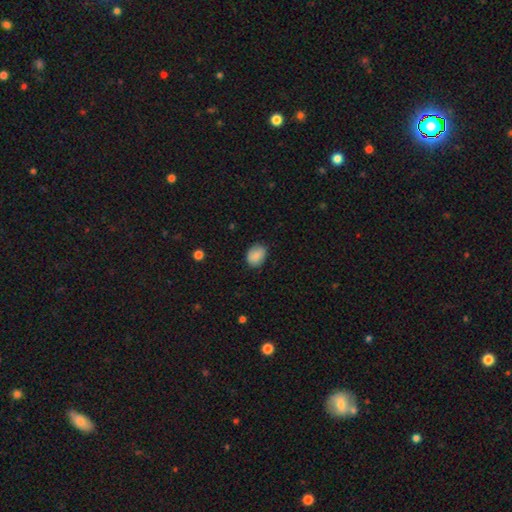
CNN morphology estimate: This appears to be a smooth galaxy with no disk features (85%) that is in between round and cigar-shaped (62%). Merging: none (79%).